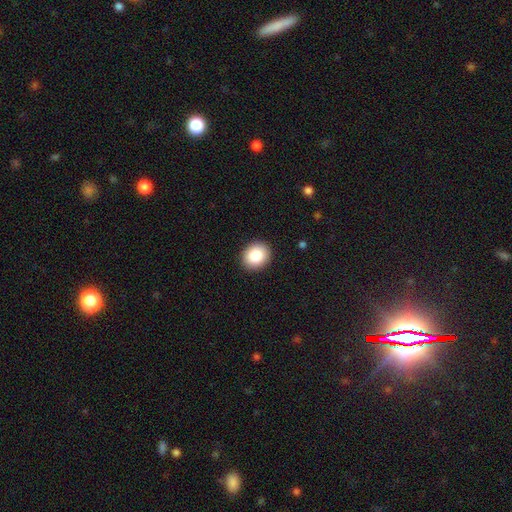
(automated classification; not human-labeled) Smooth or featured?
  - smooth: 87% *
  - star or artifact: 8%
  - featured or disk: 5%
How rounded?
  - round: 60% *
  - in between: 39%
  - cigar-shaped: 1%
Merging?
  - none: 91% *
  - minor disturbance: 7%
  - major disturbance: 2%
  - merger: 1%